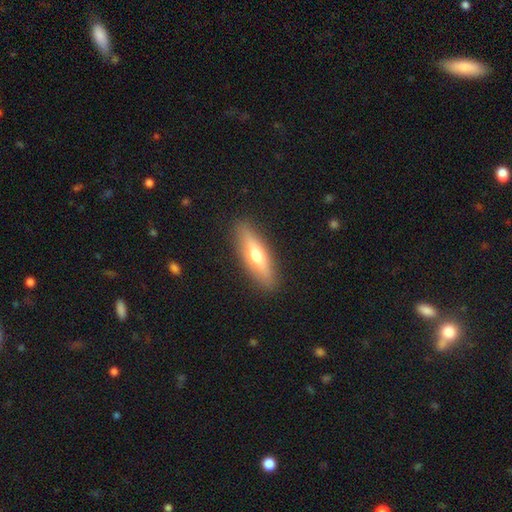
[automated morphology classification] A smooth galaxy with no disk features (52%) that is cigar-shaped (63%).

Vote fractions:
- Smooth or featured? smooth: 52% / featured or disk: 42% / star or artifact: 6%
- How rounded? cigar-shaped: 63% / in between: 35% / round: 3%
- Merging? none: 89% / minor disturbance: 8% / major disturbance: 2% / merger: 1%